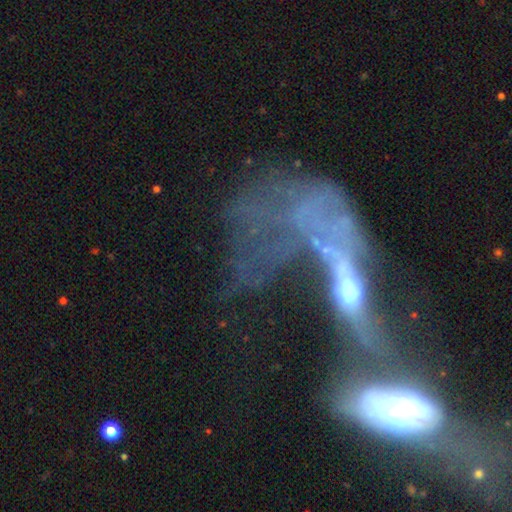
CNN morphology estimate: Smooth or featured: featured or disk — 60% (smooth — 24%)
Edge-on disk: no — 77% (yes — 23%)
Merging: merger — 61% (major disturbance — 28%)